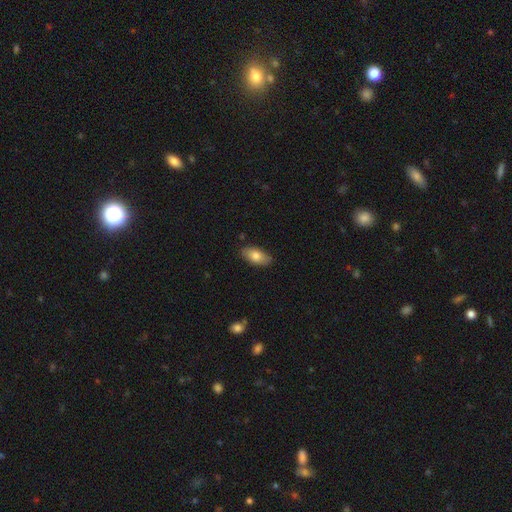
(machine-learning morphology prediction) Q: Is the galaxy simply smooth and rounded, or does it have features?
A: smooth — 78%.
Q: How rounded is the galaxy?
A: in between — 89%.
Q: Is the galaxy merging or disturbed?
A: none — 85%.